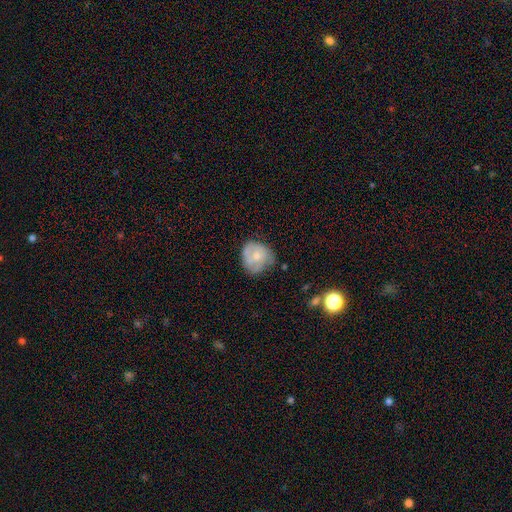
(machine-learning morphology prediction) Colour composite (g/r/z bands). It shows a smooth galaxy with no disk features (55%) that is round (74%). Merging: none (52%).